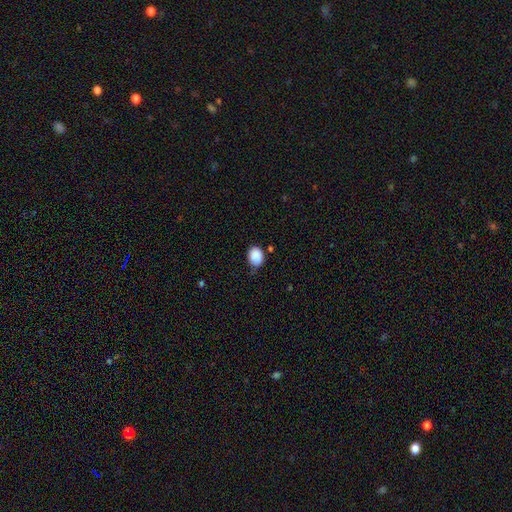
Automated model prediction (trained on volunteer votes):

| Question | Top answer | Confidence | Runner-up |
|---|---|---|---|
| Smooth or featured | smooth | 88% | star or artifact (8%) |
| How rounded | in between | 55% | round (44%) |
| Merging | none | 59% | minor disturbance (32%) |